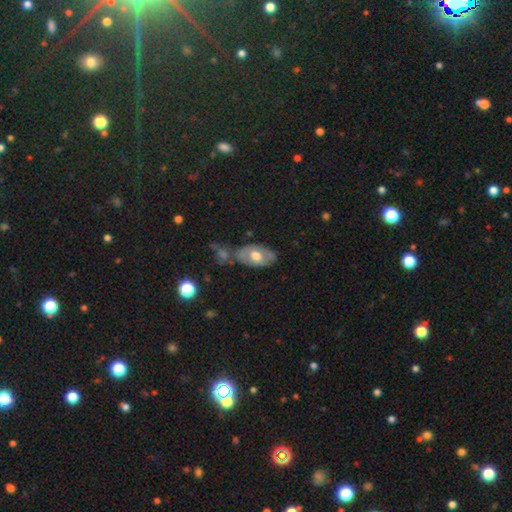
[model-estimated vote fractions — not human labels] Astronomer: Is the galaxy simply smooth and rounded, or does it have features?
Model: featured or disk — 46%, tied with smooth at 46%.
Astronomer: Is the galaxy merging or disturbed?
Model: none — 54%.